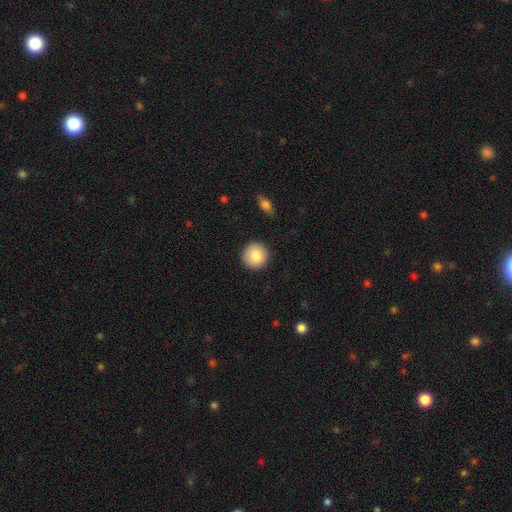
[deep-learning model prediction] Smooth or featured?
  - smooth: 84% *
  - featured or disk: 9%
  - star or artifact: 7%
How rounded?
  - round: 94% *
  - in between: 5%
  - cigar-shaped: 1%
Merging?
  - none: 91% *
  - minor disturbance: 6%
  - major disturbance: 2%
  - merger: 1%